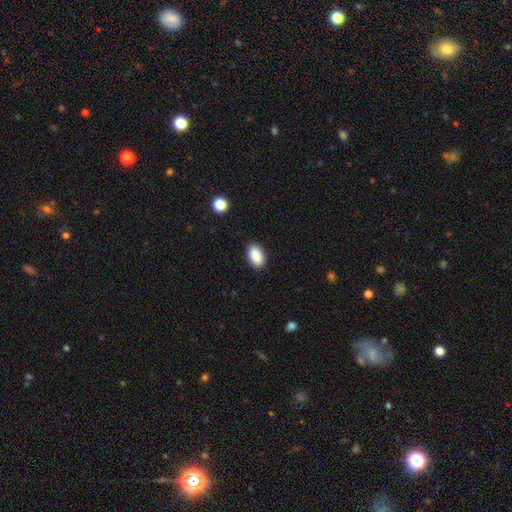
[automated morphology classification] A smooth galaxy with no disk features (89%) that is in between round and cigar-shaped (93%).

Vote fractions:
- Smooth or featured? smooth: 89% / star or artifact: 7% / featured or disk: 4%
- How rounded? in between: 93% / round: 5% / cigar-shaped: 2%
- Merging? none: 89% / minor disturbance: 8% / major disturbance: 2% / merger: 1%